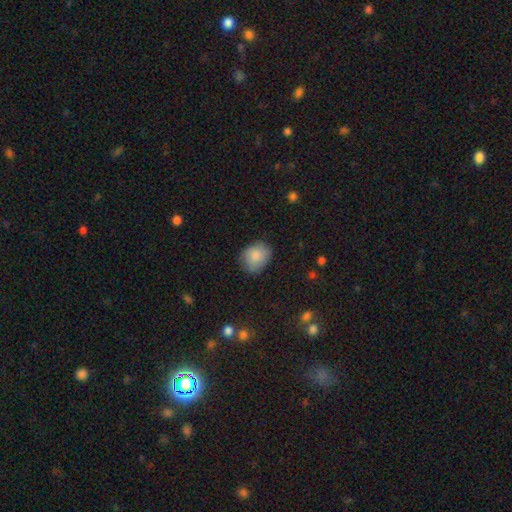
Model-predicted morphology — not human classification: Overall: smooth (86%). How rounded: in between (54%; round 45%). Merging: none (75%).